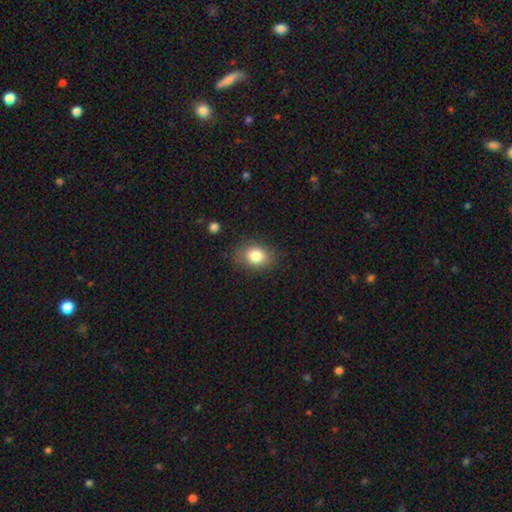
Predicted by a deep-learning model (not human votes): smooth 82%, star or artifact 9%, featured or disk 9%. Down the decision tree: how rounded — in between (66%); merging — none (80%).